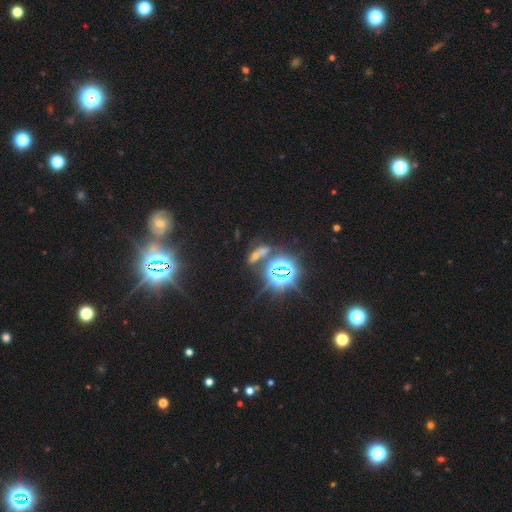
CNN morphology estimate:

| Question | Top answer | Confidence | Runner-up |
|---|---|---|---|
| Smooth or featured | star or artifact | 59% | smooth (26%) |